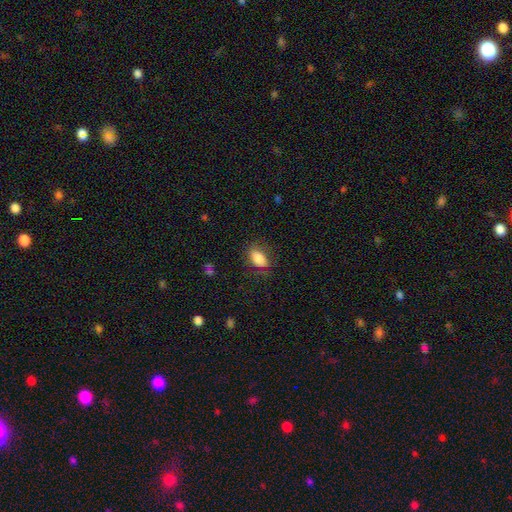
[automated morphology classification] smooth_or_featured: smooth (p=0.81) [alt: featured or disk p=0.10]
how_rounded: in between (p=0.86) [alt: round p=0.07]
merging: none (p=0.78) [alt: minor disturbance p=0.16]